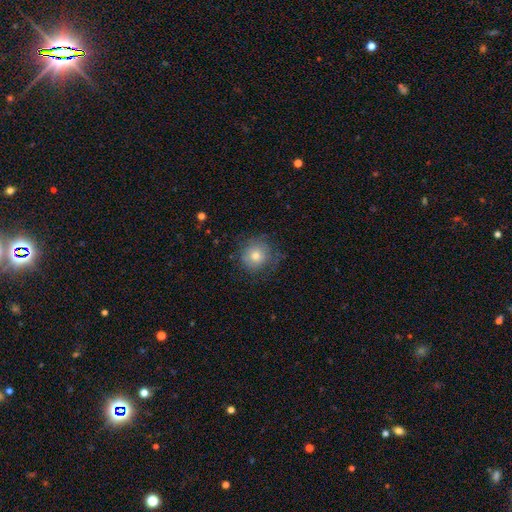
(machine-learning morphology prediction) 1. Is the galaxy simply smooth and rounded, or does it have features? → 68% smooth, 21% featured or disk, 11% star or artifact.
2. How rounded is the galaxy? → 91% round, 8% in between, 1% cigar-shaped.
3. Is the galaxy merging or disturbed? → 72% none, 19% minor disturbance, 8% major disturbance, 1% merger.